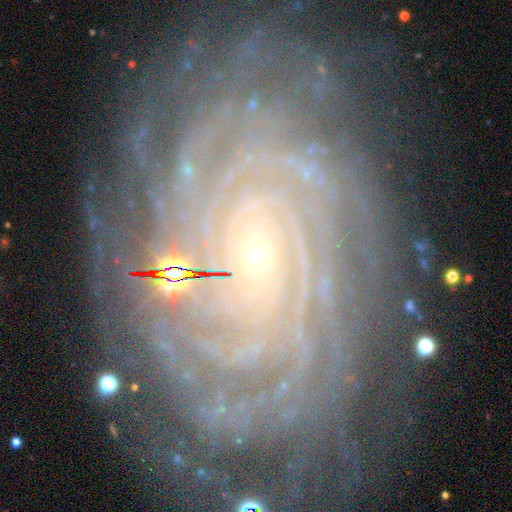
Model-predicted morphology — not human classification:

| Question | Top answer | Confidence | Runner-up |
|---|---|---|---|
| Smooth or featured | featured or disk | 89% | star or artifact (6%) |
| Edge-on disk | no | 97% | yes (3%) |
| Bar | no | 67% | weak (23%) |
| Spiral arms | yes | 98% | no (2%) |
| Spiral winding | tight | 88% | medium (10%) |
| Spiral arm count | more than 4 | 35% | can't tell (19%) |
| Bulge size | small | 87% | moderate (9%) |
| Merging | none | 82% | minor disturbance (12%) |